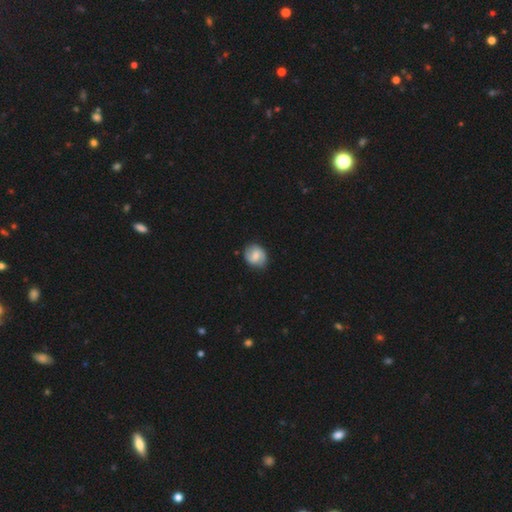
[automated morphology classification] smooth_or_featured: featured or disk (p=0.51) [alt: smooth p=0.43]
disk_edge_on: no (p=0.98) [alt: yes p=0.02]
merging: none (p=0.82) [alt: minor disturbance p=0.13]